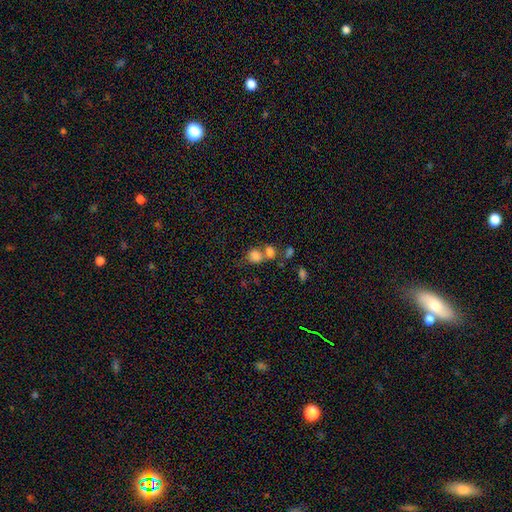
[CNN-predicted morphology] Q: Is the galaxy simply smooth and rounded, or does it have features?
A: smooth — 79%.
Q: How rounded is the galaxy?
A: round — 64%.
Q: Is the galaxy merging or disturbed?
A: merger — 49%.